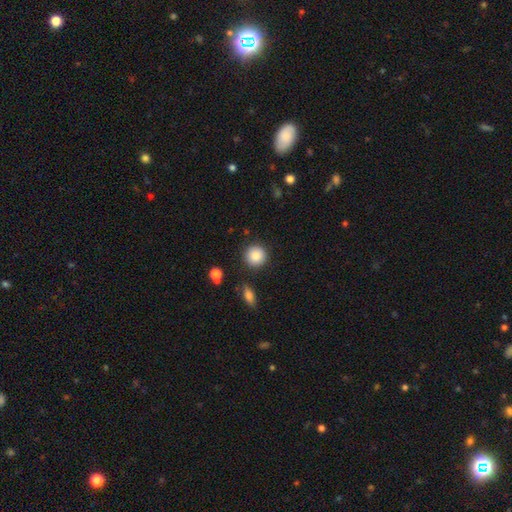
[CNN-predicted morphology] A smooth galaxy with no disk features (86%) that is round (93%). Merging: none (89%).